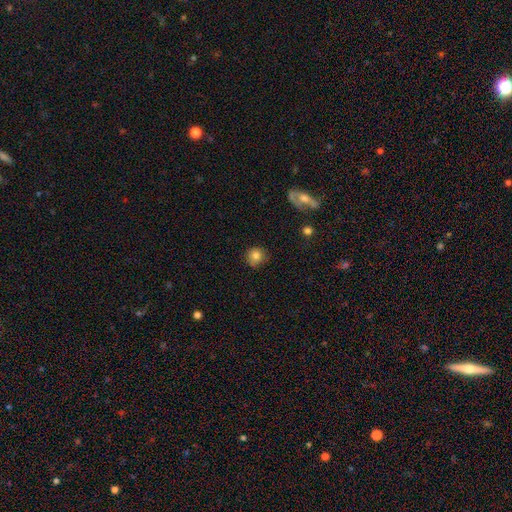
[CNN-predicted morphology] smooth-or-featured: smooth: 81% | star or artifact: 10% | featured or disk: 8%
  how-rounded: round: 90% | in between: 9% | cigar-shaped: 1%
  merging: none: 81% | minor disturbance: 14% | major disturbance: 3% | merger: 2%